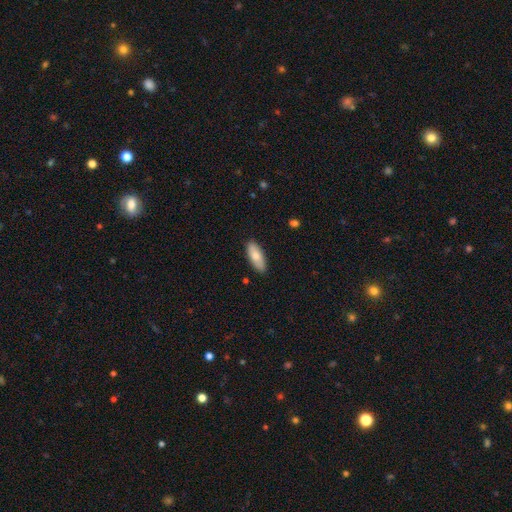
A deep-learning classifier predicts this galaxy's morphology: type=smooth (77%); roundness=in between (76%); merging=none (88%).